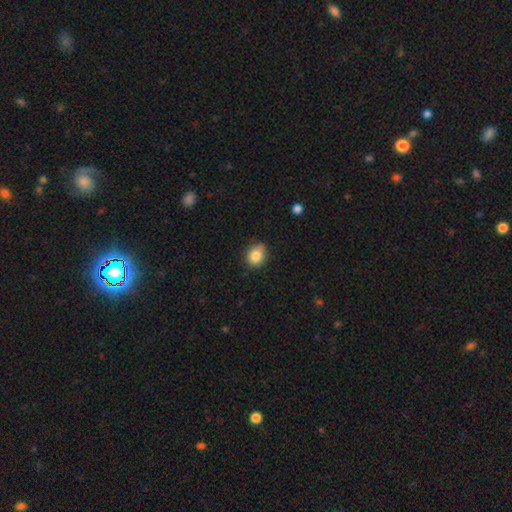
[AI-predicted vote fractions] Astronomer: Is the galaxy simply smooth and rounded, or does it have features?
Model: smooth — 84%.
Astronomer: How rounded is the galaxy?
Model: round — 67%.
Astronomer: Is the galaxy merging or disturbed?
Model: none — 79%.